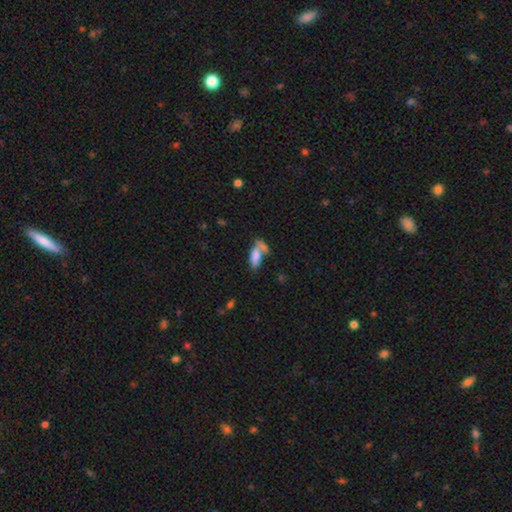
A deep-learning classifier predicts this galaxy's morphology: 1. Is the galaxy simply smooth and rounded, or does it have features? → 79% smooth, 13% featured or disk, 8% star or artifact.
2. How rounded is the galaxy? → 73% in between, 24% cigar-shaped, 3% round.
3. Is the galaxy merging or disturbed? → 45% merger, 37% none, 12% minor disturbance, 6% major disturbance.